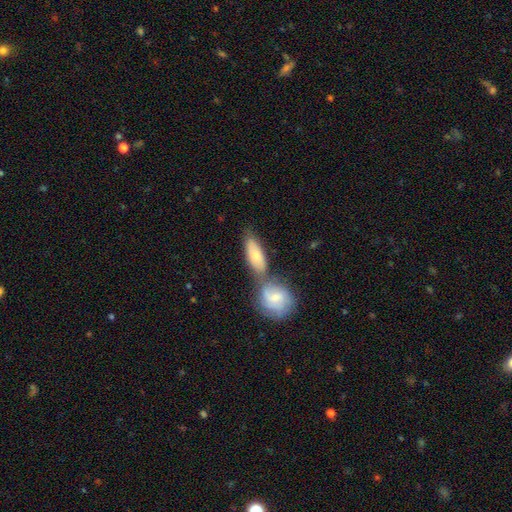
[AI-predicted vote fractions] Smooth or featured?
  - smooth: 68% *
  - featured or disk: 26%
  - star or artifact: 6%
How rounded?
  - in between: 73% *
  - cigar-shaped: 23%
  - round: 5%
Merging?
  - merger: 44% *
  - none: 40%
  - minor disturbance: 12%
  - major disturbance: 4%